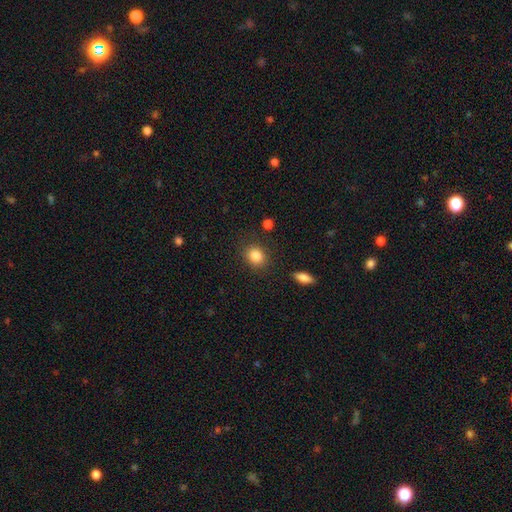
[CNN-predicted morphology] The model was most divided on "how rounded": round: 66%, in between: 33%, cigar-shaped: 1%. More confident: smooth or featured — smooth (85%); merging — none (85%).